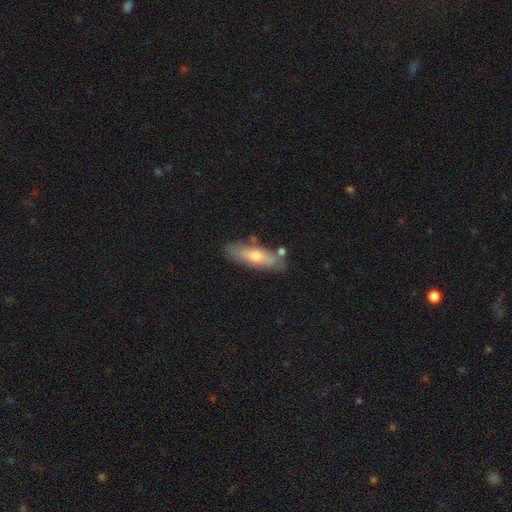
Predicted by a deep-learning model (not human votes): smooth_or_featured: smooth (p=0.55) [alt: featured or disk p=0.38]
how_rounded: in between (p=0.53) [alt: cigar-shaped p=0.45]
merging: none (p=0.75) [alt: minor disturbance p=0.16]